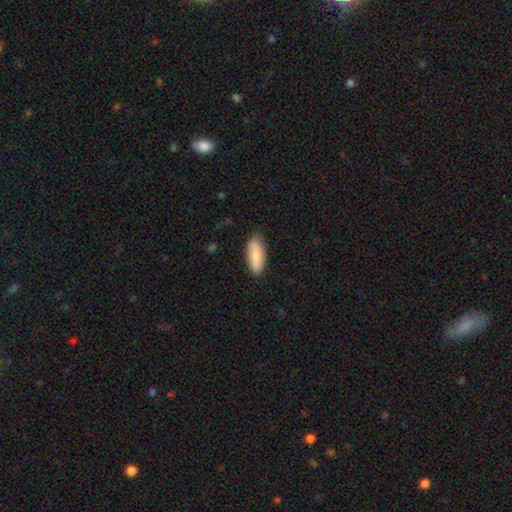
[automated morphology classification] A smooth galaxy with no disk features (81%) that is in between round and cigar-shaped (75%). Merging: none (81%).